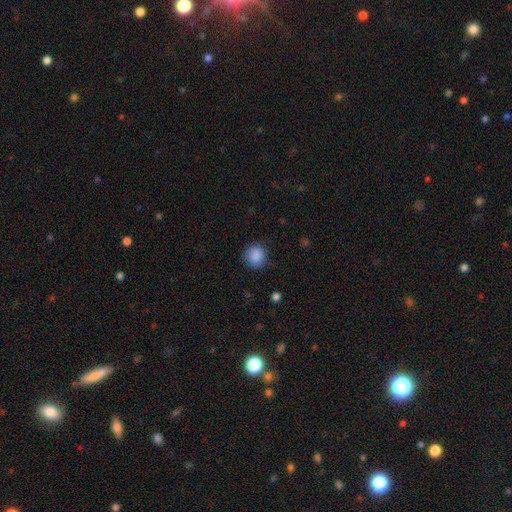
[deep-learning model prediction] smooth-or-featured: smooth: 88% | star or artifact: 8% | featured or disk: 4%
  how-rounded: round: 82% | in between: 17% | cigar-shaped: 1%
  merging: none: 80% | minor disturbance: 15% | major disturbance: 4% | merger: 1%